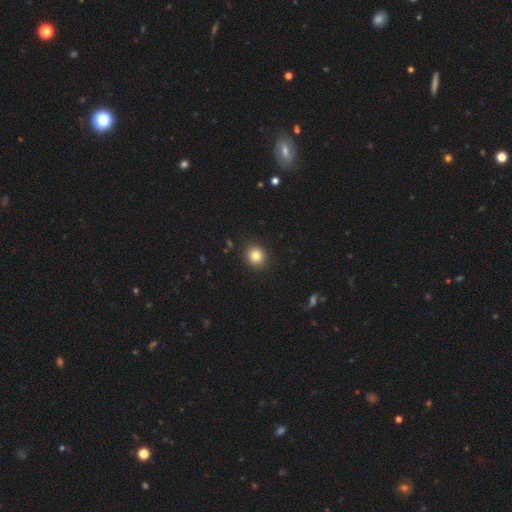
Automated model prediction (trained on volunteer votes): Smooth or featured: smooth — 83% (star or artifact — 11%)
How rounded: round — 83% (in between — 17%)
Merging: none — 91% (minor disturbance — 6%)